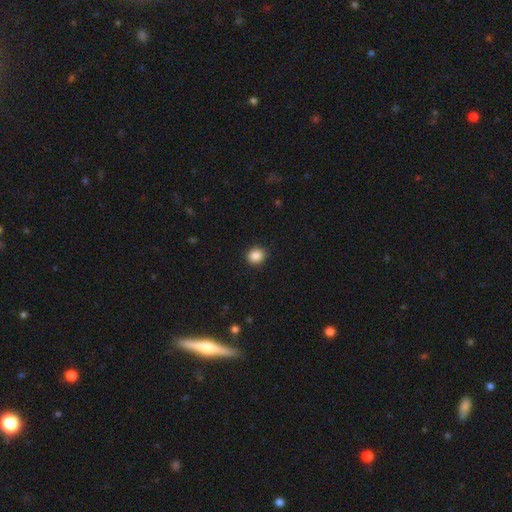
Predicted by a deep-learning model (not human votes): This appears to be a smooth galaxy with no disk features (87%) that is round (80%). Merging: none (91%).